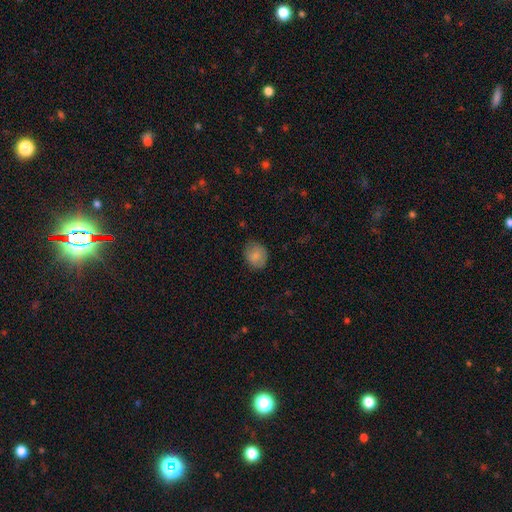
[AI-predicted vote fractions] smooth_or_featured: smooth (p=0.81) [alt: featured or disk p=0.11]
how_rounded: round (p=0.59) [alt: in between p=0.41]
merging: none (p=0.76) [alt: minor disturbance p=0.19]